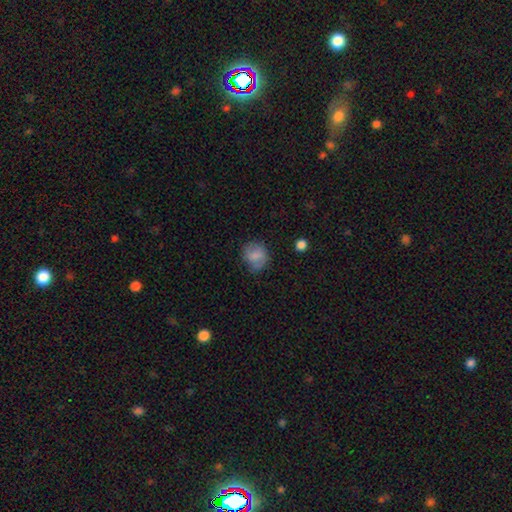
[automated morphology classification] Smooth or featured?
  - smooth: 80% *
  - featured or disk: 11%
  - star or artifact: 9%
How rounded?
  - round: 73% *
  - in between: 26%
  - cigar-shaped: 1%
Merging?
  - none: 66% *
  - minor disturbance: 25%
  - major disturbance: 7%
  - merger: 2%